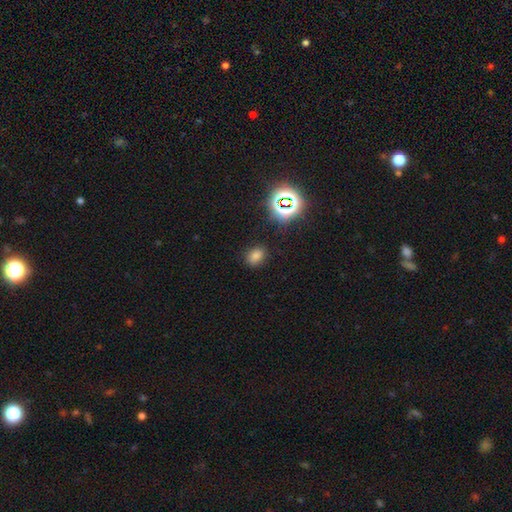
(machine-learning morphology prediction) smooth-or-featured: smooth: 71% | star or artifact: 22% | featured or disk: 7%
  how-rounded: in between: 60% | round: 39% | cigar-shaped: 1%
  merging: none: 84% | minor disturbance: 11% | major disturbance: 3% | merger: 2%